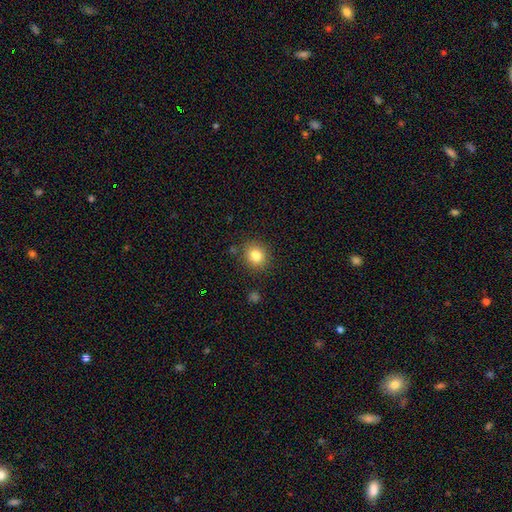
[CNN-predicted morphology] This appears to be a smooth galaxy with no disk features (82%) that is round (84%). Merging: none (86%).